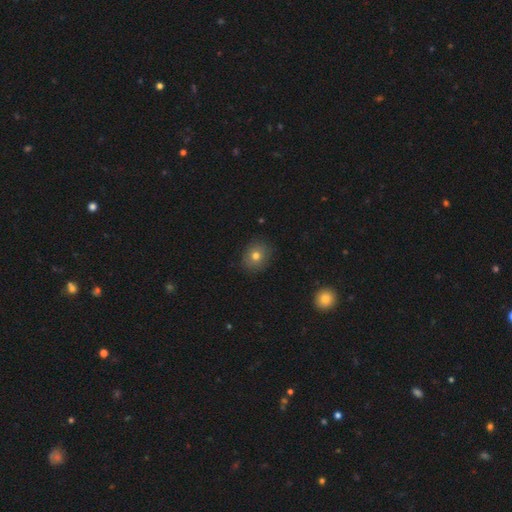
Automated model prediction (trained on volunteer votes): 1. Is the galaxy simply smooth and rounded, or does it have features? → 74% smooth, 13% featured or disk, 12% star or artifact.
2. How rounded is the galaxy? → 69% round, 30% in between, 1% cigar-shaped.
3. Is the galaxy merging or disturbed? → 86% none, 10% minor disturbance, 3% major disturbance, 1% merger.